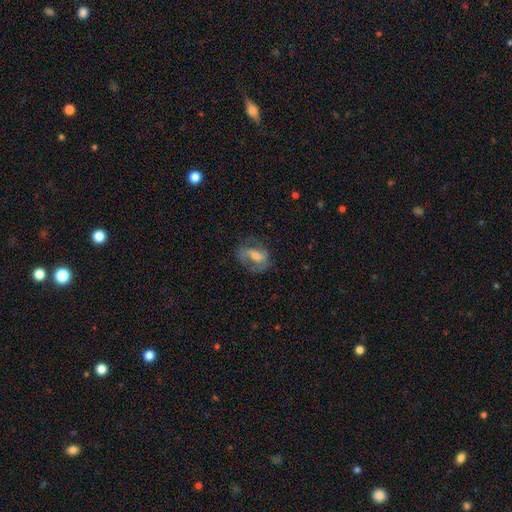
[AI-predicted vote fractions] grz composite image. It shows a featured or disk galaxy (51%). Merging: none (60%).